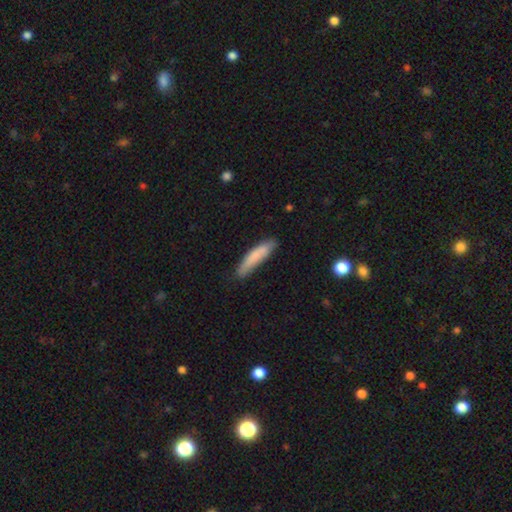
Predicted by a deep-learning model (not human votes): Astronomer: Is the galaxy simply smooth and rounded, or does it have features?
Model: smooth — 81%.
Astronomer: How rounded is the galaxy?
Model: cigar-shaped — 85%.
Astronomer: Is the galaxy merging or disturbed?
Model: none — 75%.